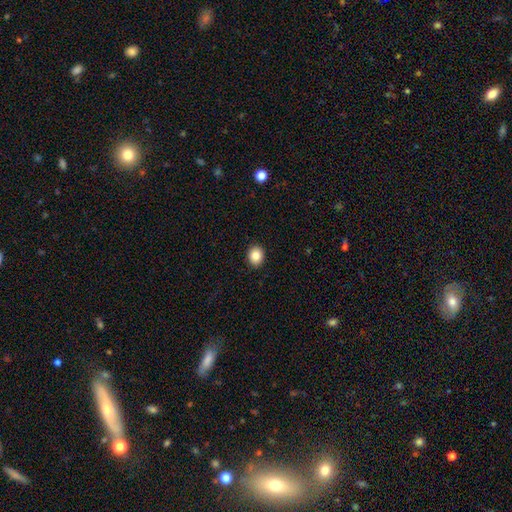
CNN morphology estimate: A smooth galaxy with no disk features (85%) that is round (61%). Merging: none (91%).